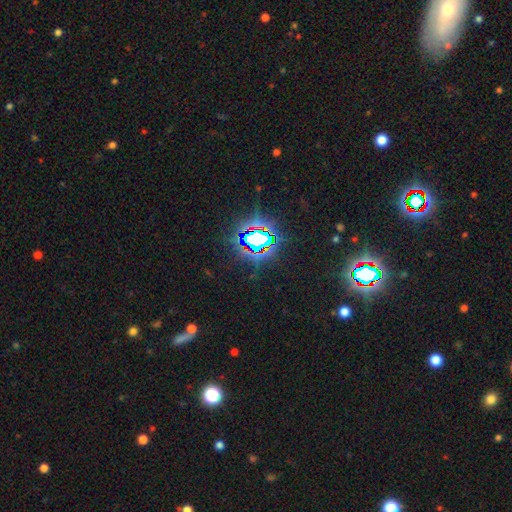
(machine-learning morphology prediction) Smooth or featured: star or artifact — 81% (smooth — 12%)